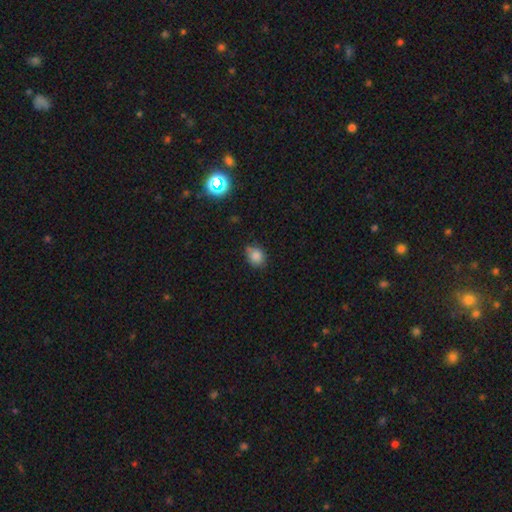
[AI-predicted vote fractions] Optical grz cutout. It shows a smooth galaxy with no disk features (82%) that is round (58%). Merging: none (70%).